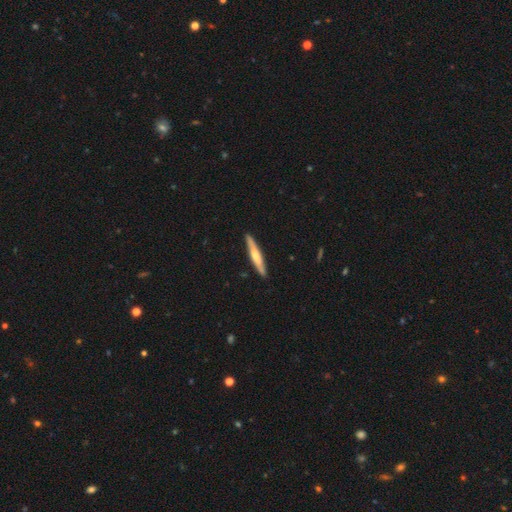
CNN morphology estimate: smooth 48%, featured or disk 47%, star or artifact 5%. Down the decision tree: merging — none (89%).